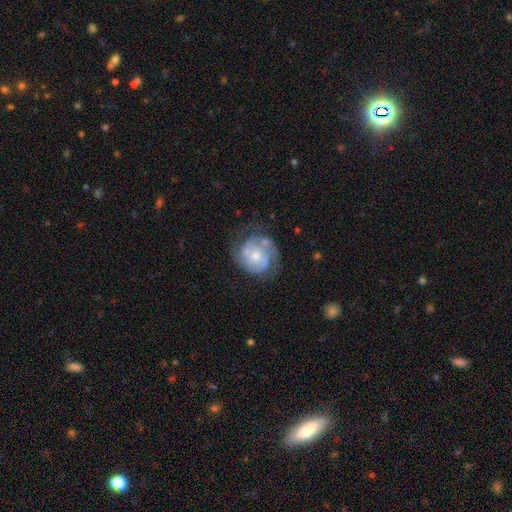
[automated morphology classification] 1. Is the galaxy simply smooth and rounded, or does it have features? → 72% featured or disk, 22% smooth, 6% star or artifact.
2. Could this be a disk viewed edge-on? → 98% no, 2% yes.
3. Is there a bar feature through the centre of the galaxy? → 73% no, 23% weak, 4% strong.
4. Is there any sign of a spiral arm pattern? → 85% yes, 15% no.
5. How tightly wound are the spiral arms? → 51% tight, 36% medium, 13% loose.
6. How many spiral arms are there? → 59% 2, 22% can't tell, 9% 3, 6% 1, 2% 4, 2% more than 4.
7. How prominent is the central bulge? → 51% moderate, 41% small, 4% large, 2% none, 1% dominant.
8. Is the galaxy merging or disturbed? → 54% none, 24% minor disturbance, 15% major disturbance, 6% merger.